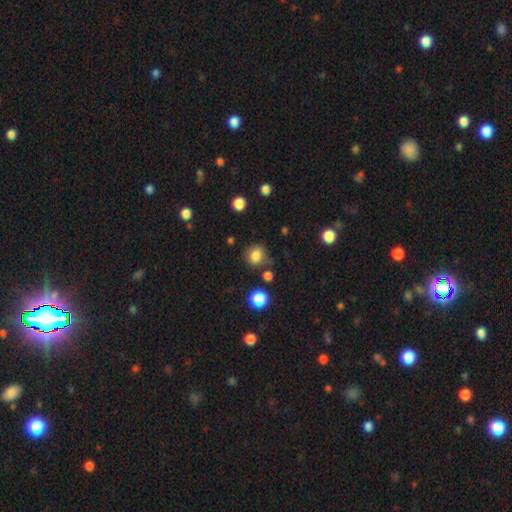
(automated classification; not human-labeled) Smooth or featured? Predicted: smooth (p=0.82). How rounded? Predicted: round (p=0.78). Merging? Predicted: none (p=0.74).